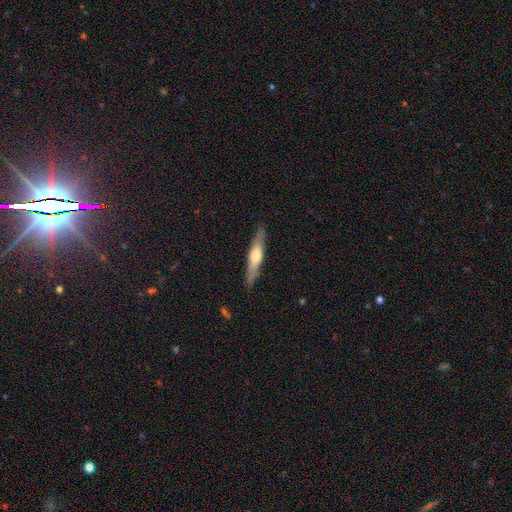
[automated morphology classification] smooth_or_featured: featured or disk (p=0.48) [alt: smooth p=0.46]
merging: none (p=0.87) [alt: minor disturbance p=0.10]